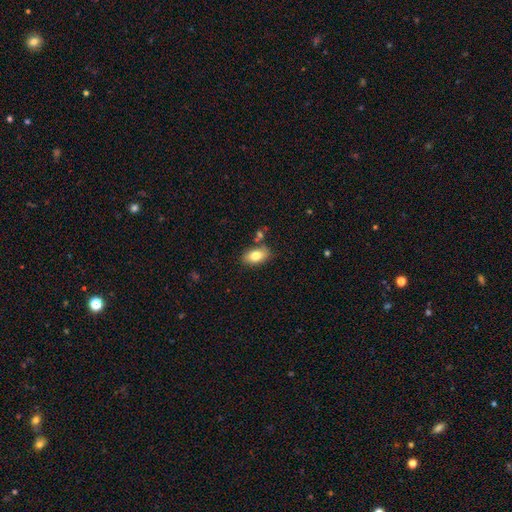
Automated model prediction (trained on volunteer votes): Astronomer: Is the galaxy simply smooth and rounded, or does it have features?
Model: smooth — 80%.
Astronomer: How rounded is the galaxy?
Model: in between — 91%.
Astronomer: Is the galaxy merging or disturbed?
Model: none — 76%.